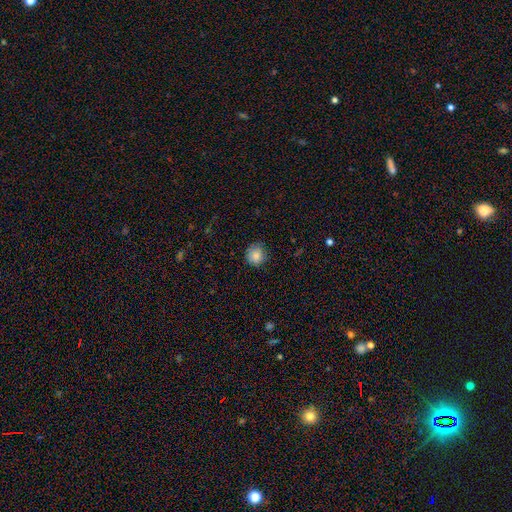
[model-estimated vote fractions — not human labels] A smooth galaxy with no disk features (86%) that is round (90%). Merging: none (81%).